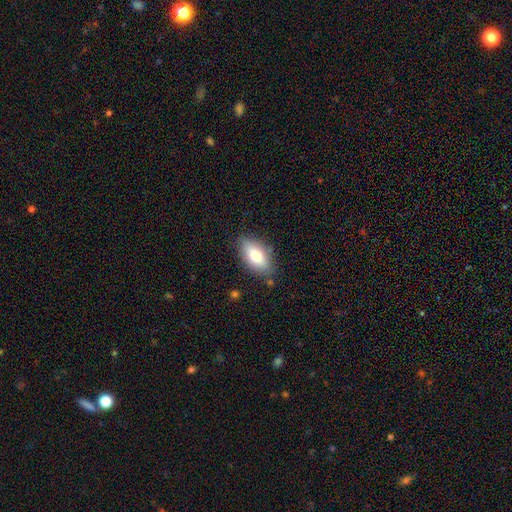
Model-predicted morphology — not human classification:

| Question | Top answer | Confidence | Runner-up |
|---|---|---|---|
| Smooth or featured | smooth | 75% | featured or disk (18%) |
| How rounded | in between | 87% | cigar-shaped (9%) |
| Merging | none | 81% | minor disturbance (14%) |